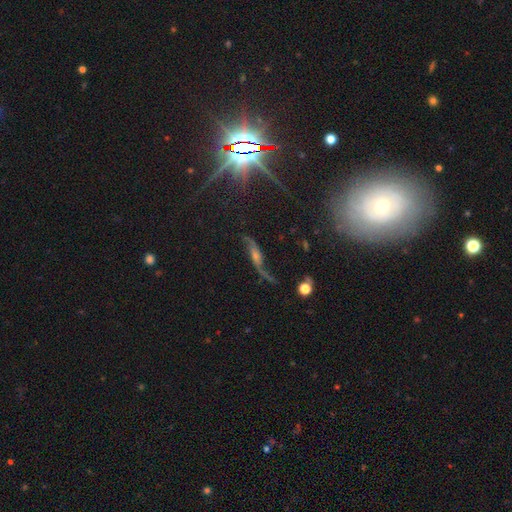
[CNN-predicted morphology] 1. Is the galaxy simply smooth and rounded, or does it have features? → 73% featured or disk, 17% star or artifact, 11% smooth.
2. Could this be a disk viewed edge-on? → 73% no, 27% yes.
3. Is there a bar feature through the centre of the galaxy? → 57% no, 29% weak, 14% strong.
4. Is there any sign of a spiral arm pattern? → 91% yes, 9% no.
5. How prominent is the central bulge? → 41% moderate, 36% small, 12% none, 8% large, 3% dominant.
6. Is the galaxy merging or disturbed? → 57% none, 20% minor disturbance, 18% major disturbance, 5% merger.